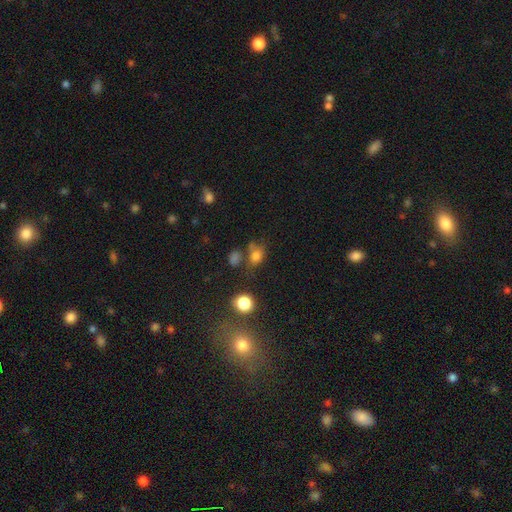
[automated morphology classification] smooth_or_featured: smooth (p=0.73) [alt: star or artifact p=0.17]
how_rounded: round (p=0.51) [alt: in between p=0.47]
merging: none (p=0.49) [alt: minor disturbance p=0.20]